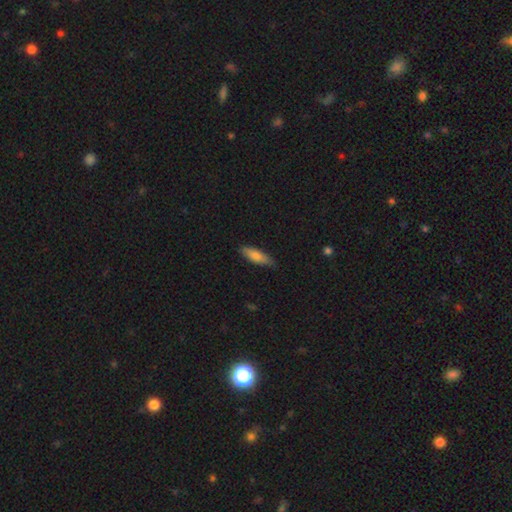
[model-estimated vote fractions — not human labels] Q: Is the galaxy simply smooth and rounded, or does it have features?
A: smooth — 77%.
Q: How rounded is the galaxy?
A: cigar-shaped — 51%.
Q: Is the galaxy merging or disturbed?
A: none — 81%.